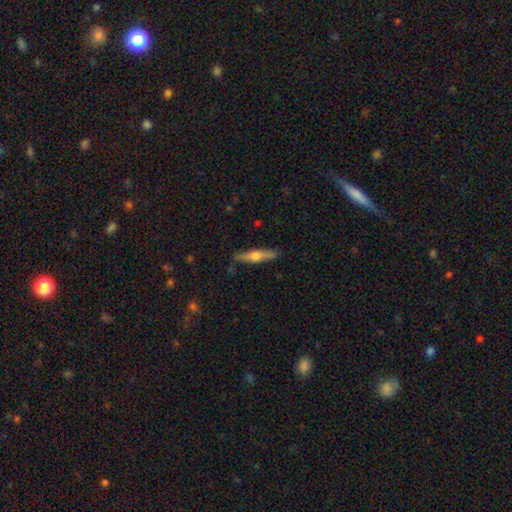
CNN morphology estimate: A featured or disk galaxy (60%) viewed edge-on (96%) with a rounded central bulge (93%). Merging: none (88%).